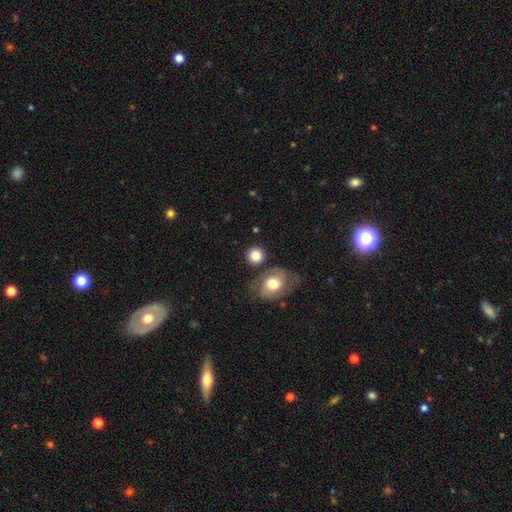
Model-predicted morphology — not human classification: A smooth galaxy with no disk features (82%) that is round (85%). Merging: none (73%).